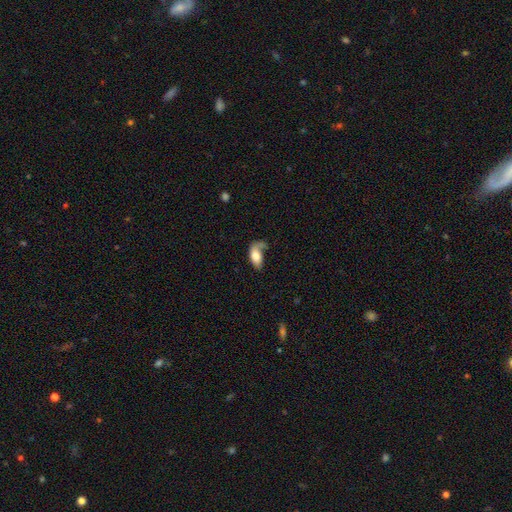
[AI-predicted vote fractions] Q: Smooth or featured?
A: smooth (68%); runner-up: featured or disk (25%)
Q: How rounded?
A: in between (90%); runner-up: cigar-shaped (5%)
Q: Merging?
A: major disturbance (38%); runner-up: none (28%)